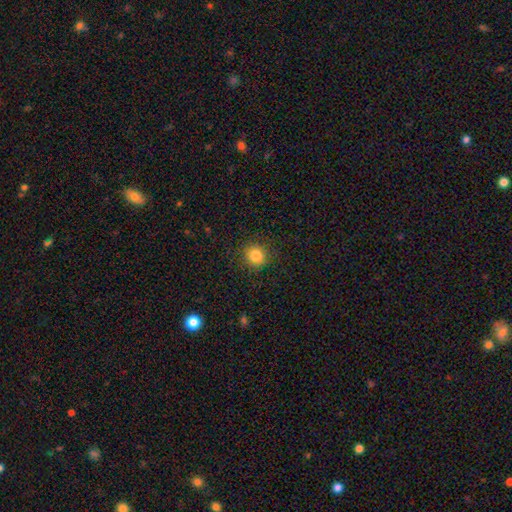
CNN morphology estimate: This is clearly a smooth galaxy (84%). How rounded: clearly round (89%). Merging: clearly none (89%).